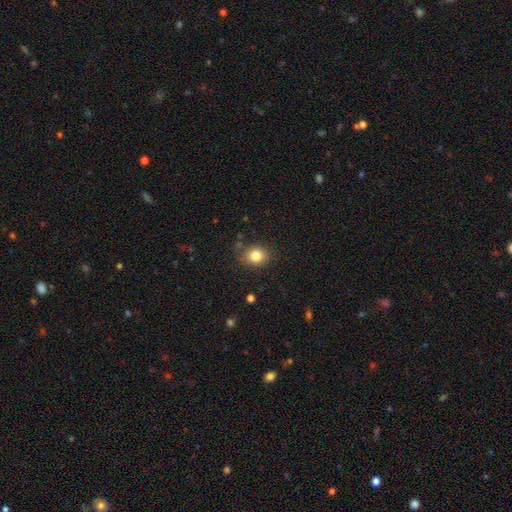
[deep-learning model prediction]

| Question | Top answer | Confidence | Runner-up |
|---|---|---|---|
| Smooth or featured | smooth | 81% | star or artifact (11%) |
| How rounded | round | 61% | in between (38%) |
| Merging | none | 83% | minor disturbance (12%) |